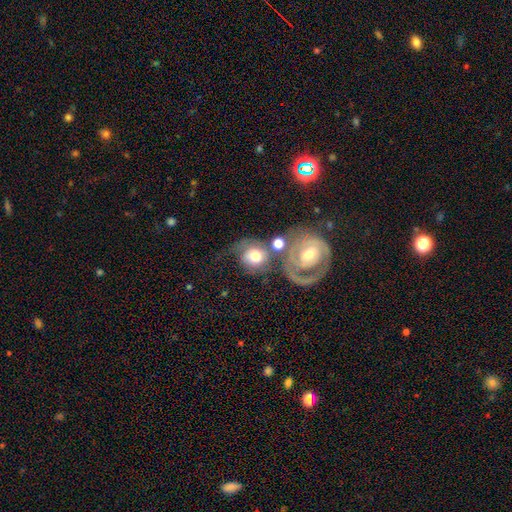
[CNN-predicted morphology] Overall: featured or disk (49%; smooth 44%). Merging: merger (42%; none 28%).